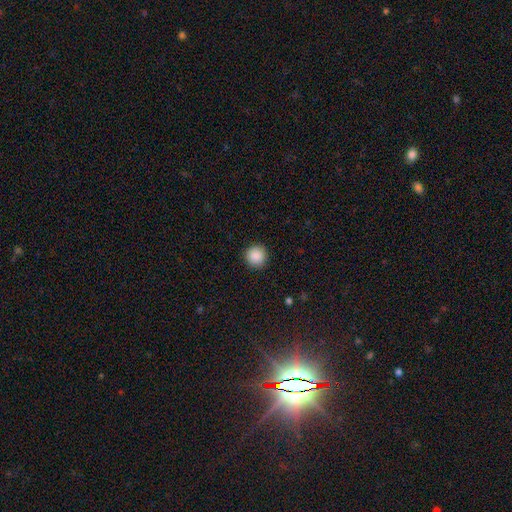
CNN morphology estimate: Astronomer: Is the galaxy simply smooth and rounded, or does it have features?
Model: smooth — 88%.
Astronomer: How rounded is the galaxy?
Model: round — 95%.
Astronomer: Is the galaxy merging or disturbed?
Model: none — 92%.